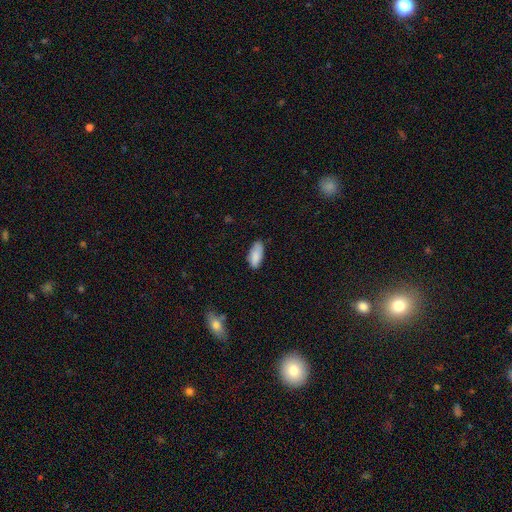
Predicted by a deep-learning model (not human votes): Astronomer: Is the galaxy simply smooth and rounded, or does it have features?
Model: smooth — 87%.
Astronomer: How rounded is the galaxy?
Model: in between — 87%.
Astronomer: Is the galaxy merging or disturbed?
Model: none — 77%.